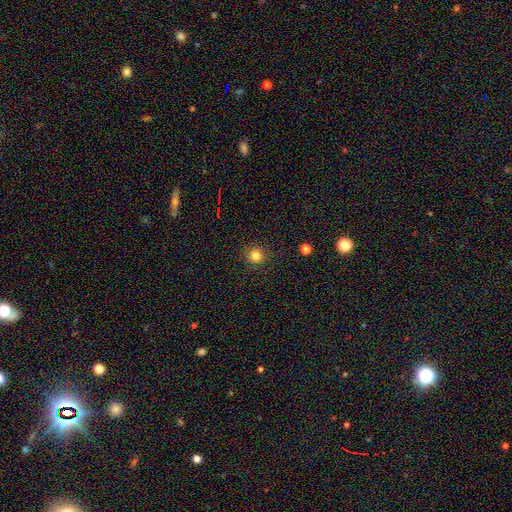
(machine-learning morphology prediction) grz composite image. It shows a smooth galaxy with no disk features (81%) that is round (95%). Merging: none (90%).